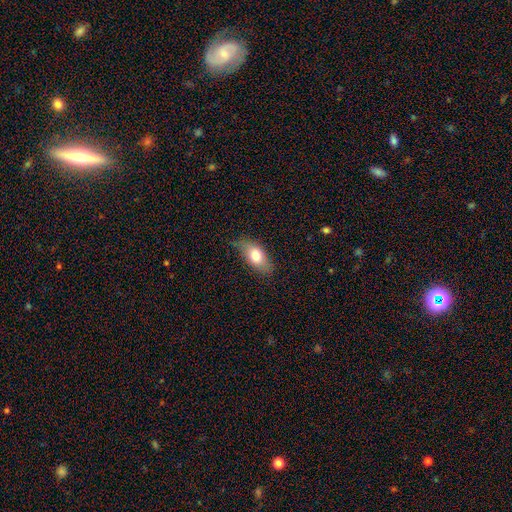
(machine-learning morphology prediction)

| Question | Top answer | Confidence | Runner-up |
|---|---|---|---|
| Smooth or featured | smooth | 73% | featured or disk (20%) |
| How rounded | in between | 86% | cigar-shaped (9%) |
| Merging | none | 72% | minor disturbance (22%) |